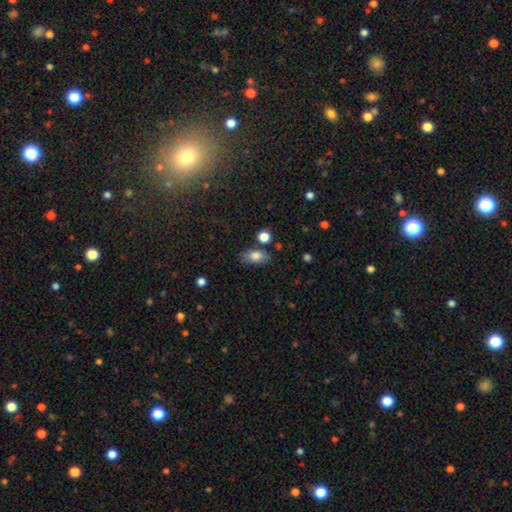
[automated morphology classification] Smooth or featured: smooth — 81% (featured or disk — 11%)
How rounded: in between — 88% (round — 6%)
Merging: none — 79% (minor disturbance — 13%)